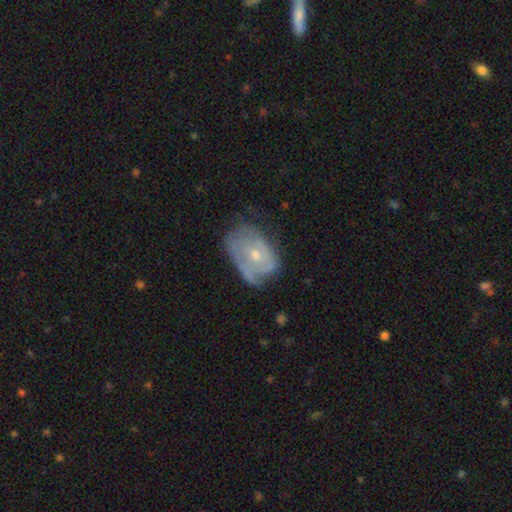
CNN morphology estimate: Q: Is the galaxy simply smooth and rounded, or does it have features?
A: featured or disk — 68%.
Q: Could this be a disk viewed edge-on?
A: no — 96%.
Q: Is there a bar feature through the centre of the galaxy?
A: no — 79%.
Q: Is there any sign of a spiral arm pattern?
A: yes — 70%.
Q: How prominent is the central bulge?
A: small — 55%.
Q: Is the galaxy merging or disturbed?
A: none — 45%.